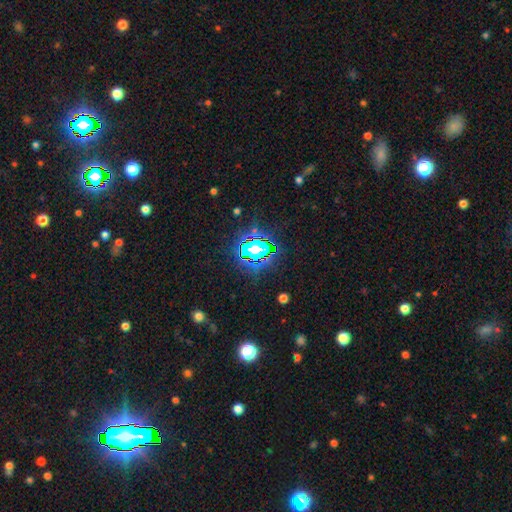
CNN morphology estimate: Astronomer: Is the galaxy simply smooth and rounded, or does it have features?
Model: star or artifact — 69%.